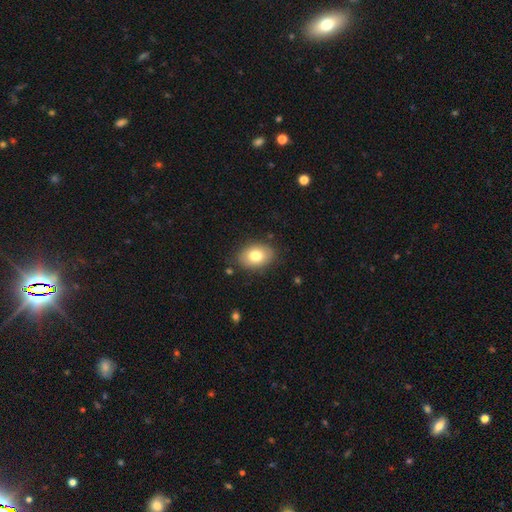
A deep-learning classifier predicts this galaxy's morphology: Q: Smooth or featured?
A: smooth (78%); runner-up: featured or disk (14%)
Q: How rounded?
A: in between (79%); runner-up: round (20%)
Q: Merging?
A: none (84%); runner-up: minor disturbance (12%)